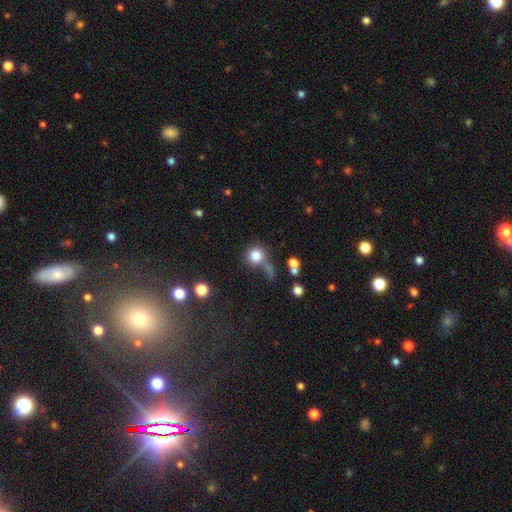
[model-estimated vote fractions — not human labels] smooth 79%, star or artifact 12%, featured or disk 10%. Down the decision tree: how rounded — round (89%); merging — none (52%).